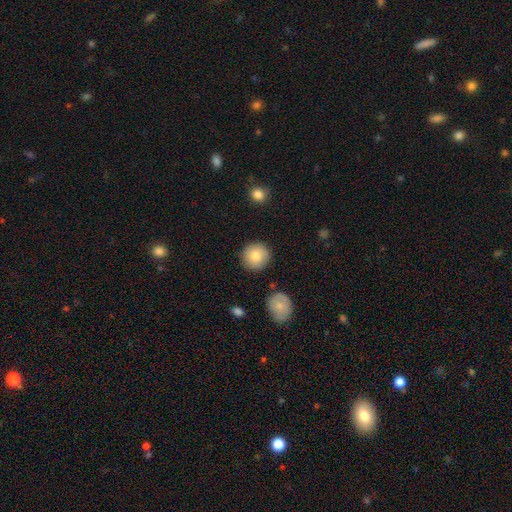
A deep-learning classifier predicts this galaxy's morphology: A smooth galaxy with no disk features (83%) that is round (93%).

Vote fractions:
- Smooth or featured? smooth: 83% / featured or disk: 10% / star or artifact: 7%
- How rounded? round: 93% / in between: 6% / cigar-shaped: 1%
- Merging? none: 88% / minor disturbance: 8% / merger: 2% / major disturbance: 2%